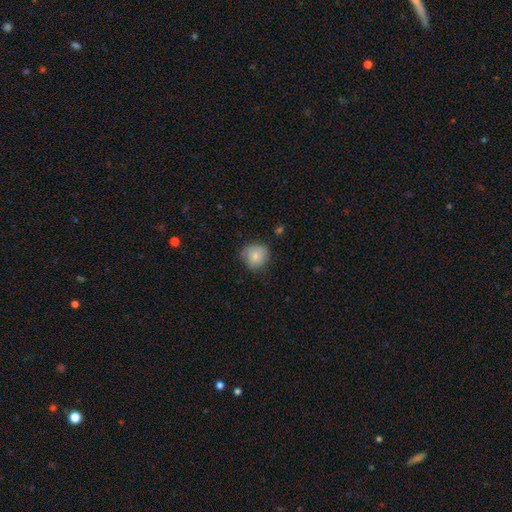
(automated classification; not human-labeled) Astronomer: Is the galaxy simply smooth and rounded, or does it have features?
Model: smooth — 80%.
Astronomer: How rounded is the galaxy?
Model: round — 85%.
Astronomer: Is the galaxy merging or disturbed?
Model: none — 72%.